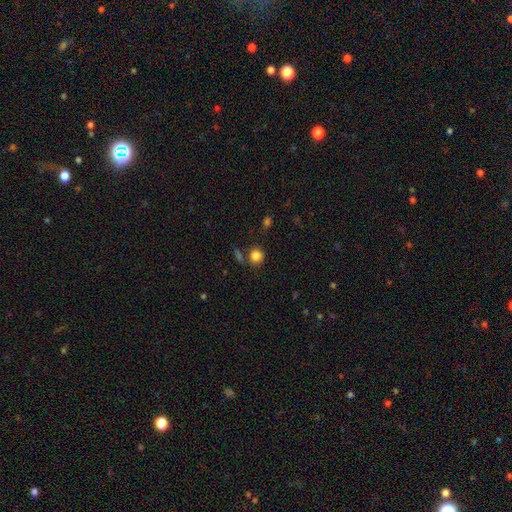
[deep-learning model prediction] Overall: smooth (84%). How rounded: round (85%). Merging: none (75%).